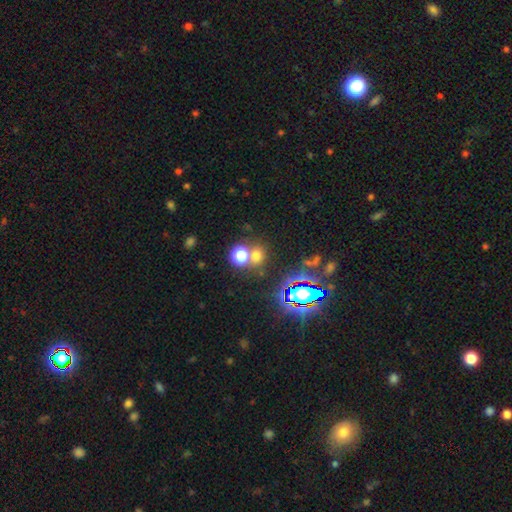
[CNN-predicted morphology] This appears to be a smooth galaxy with no disk features (62%) that is round (74%). Merging: none (59%).